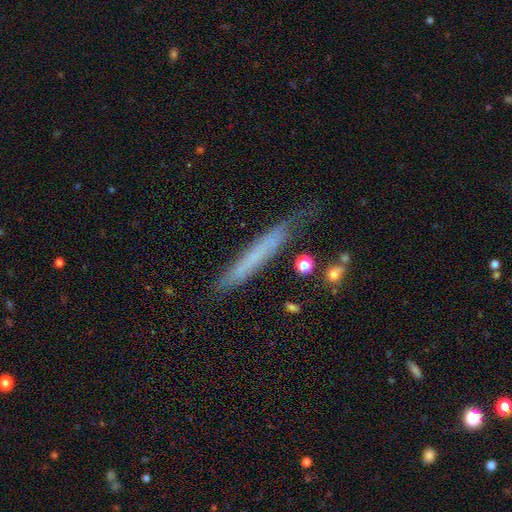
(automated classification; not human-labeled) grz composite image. It shows a smooth galaxy with no disk features (54%) that is cigar-shaped (94%). Merging: none (63%).